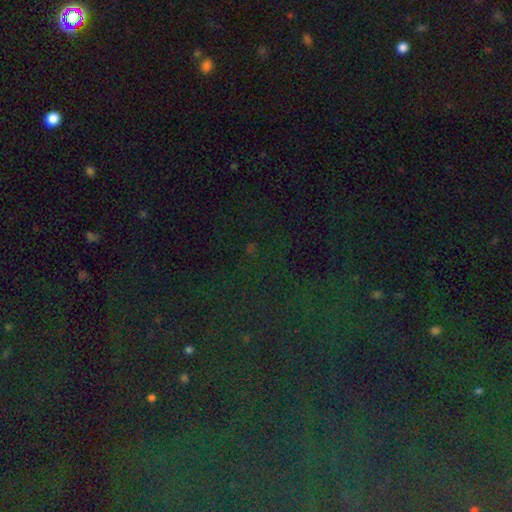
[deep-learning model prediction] Morphology: type=star or artifact (81%).